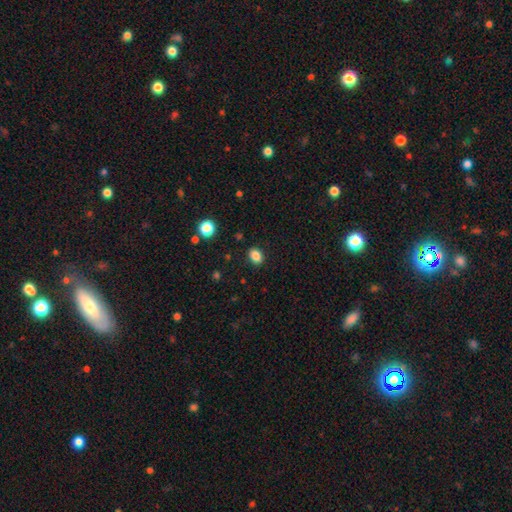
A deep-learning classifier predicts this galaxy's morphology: Smooth or featured: smooth — 85% (star or artifact — 11%)
How rounded: in between — 59% (round — 40%)
Merging: none — 88% (minor disturbance — 8%)